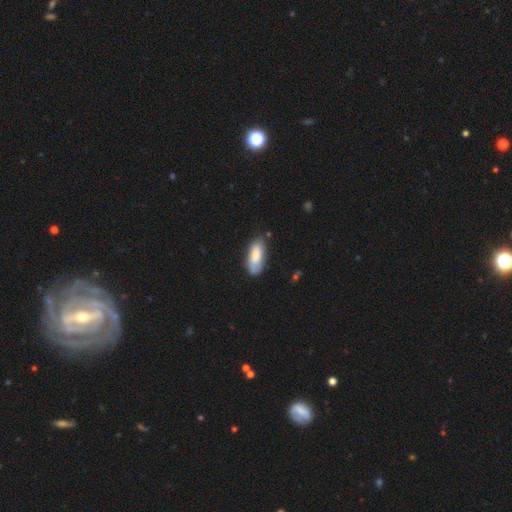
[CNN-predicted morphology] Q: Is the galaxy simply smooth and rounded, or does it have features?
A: smooth — 75%.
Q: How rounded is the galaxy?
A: in between — 81%.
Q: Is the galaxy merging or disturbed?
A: none — 72%.